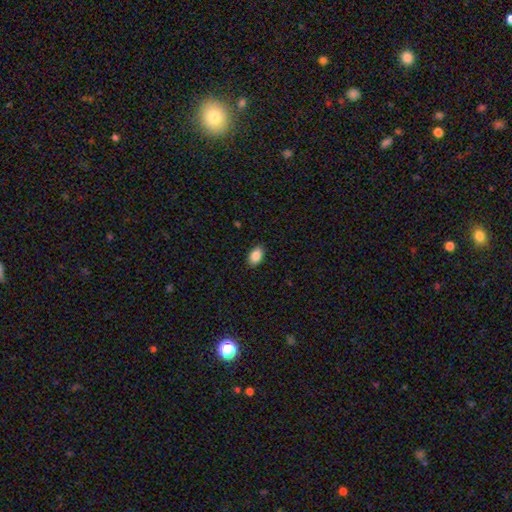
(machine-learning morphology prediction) Overall: smooth (87%). How rounded: in between (90%). Merging: none (88%).